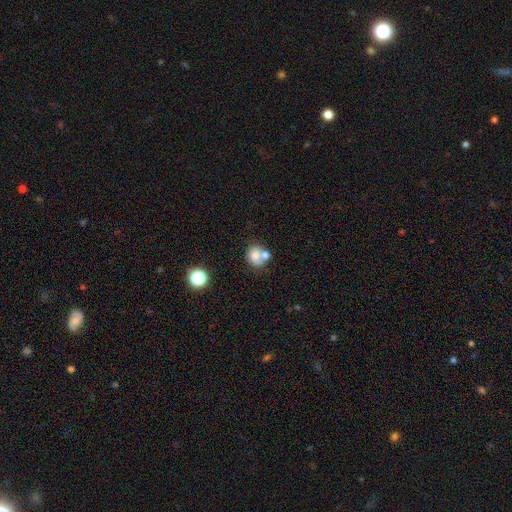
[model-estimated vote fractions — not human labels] Smooth or featured? Predicted: smooth (p=0.68). How rounded? Predicted: round (p=0.75). Merging? Predicted: merger (p=0.46).